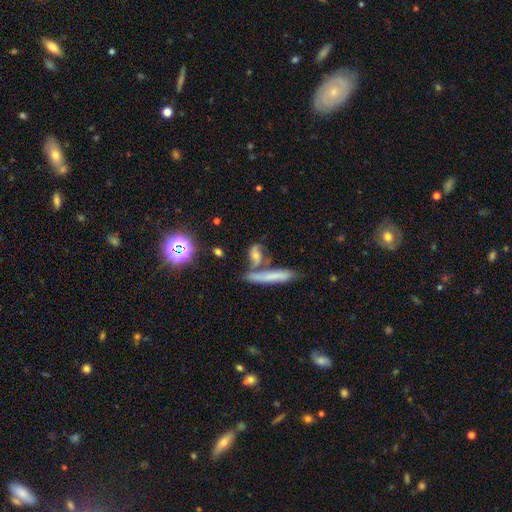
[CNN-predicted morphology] Smooth or featured? smooth (51%)
How rounded? cigar-shaped (49%)
Merging? none (43%)